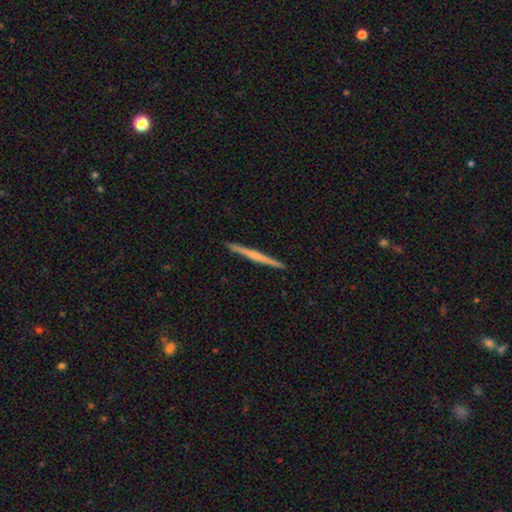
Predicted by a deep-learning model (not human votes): Overall: featured or disk (58%; smooth 37%). Edge-on disk: yes (98%). Edge-on bulge: none (61%; rounded 30%). Merging: none (93%).